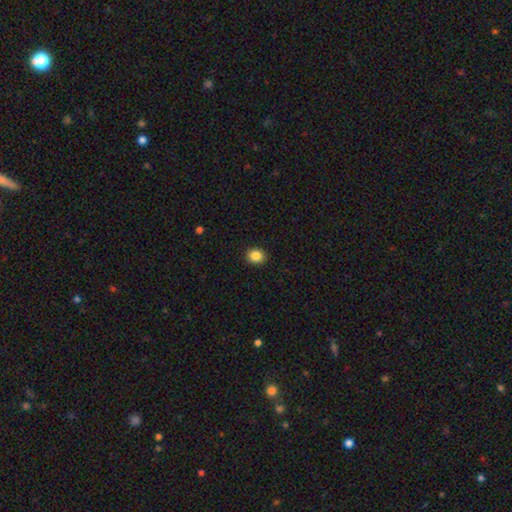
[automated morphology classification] smooth 86%, star or artifact 10%, featured or disk 4%. Down the decision tree: how rounded — round (71%); merging — none (91%).